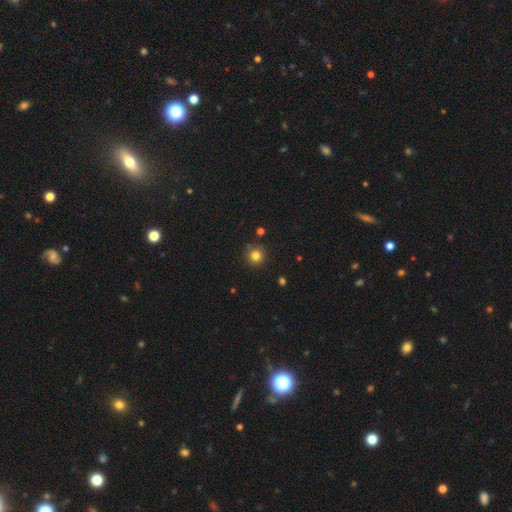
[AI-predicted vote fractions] The model was most divided on "smooth or featured": smooth: 81%, star or artifact: 14%, featured or disk: 5%. More confident: how rounded — round (94%); merging — none (88%).